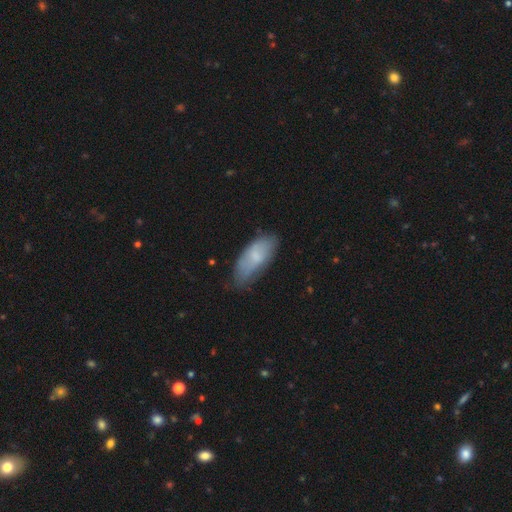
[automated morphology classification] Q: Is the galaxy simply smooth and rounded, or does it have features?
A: smooth — 69%.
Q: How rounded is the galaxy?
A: in between — 83%.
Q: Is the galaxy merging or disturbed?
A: none — 58%.